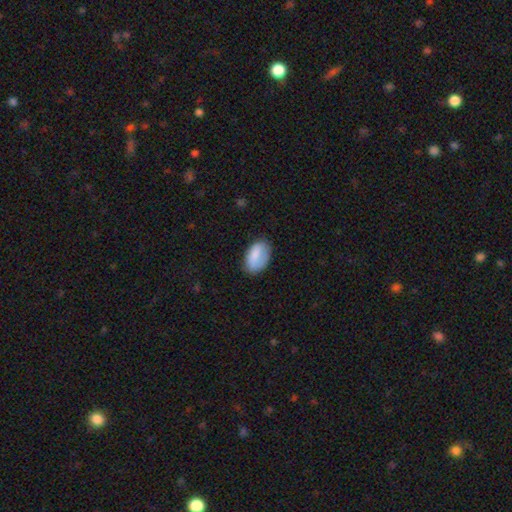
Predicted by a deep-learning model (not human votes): Smooth or featured: smooth — 80% (featured or disk — 13%)
How rounded: in between — 92% (round — 7%)
Merging: none — 69% (minor disturbance — 23%)